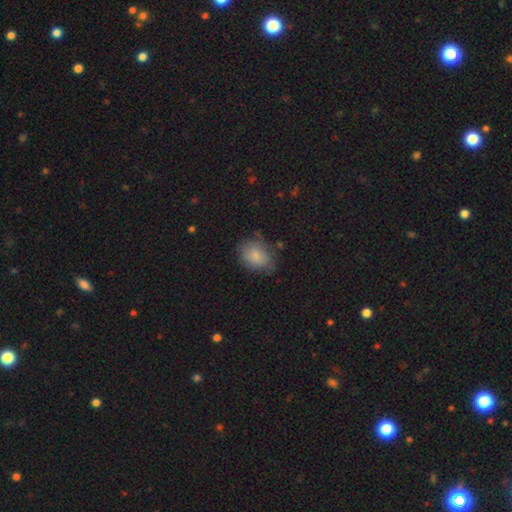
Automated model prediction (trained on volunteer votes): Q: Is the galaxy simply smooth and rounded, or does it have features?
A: smooth — 82%.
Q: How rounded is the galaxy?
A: in between — 70%.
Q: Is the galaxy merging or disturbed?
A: none — 64%.